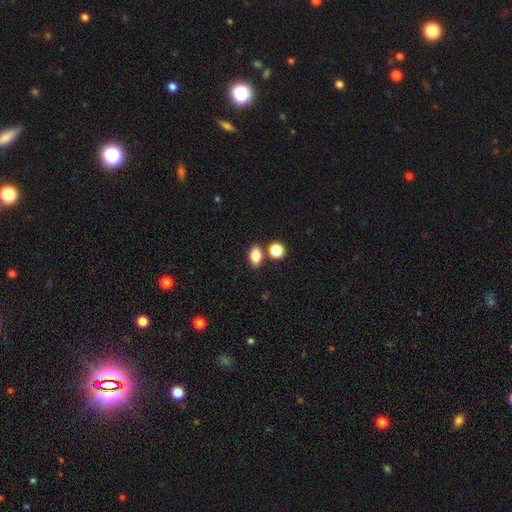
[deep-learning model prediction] smooth 84%, star or artifact 10%, featured or disk 6%. Down the decision tree: how rounded — in between (81%); merging — none (72%).